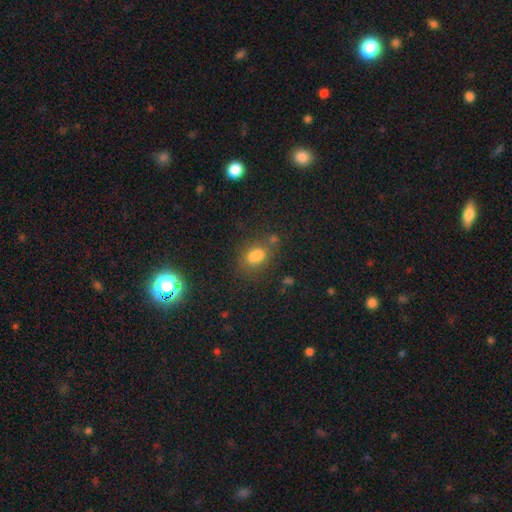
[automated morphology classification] Smooth or featured? Predicted: smooth (p=0.76). How rounded? Predicted: in between (p=0.77). Merging? Predicted: none (p=0.67).